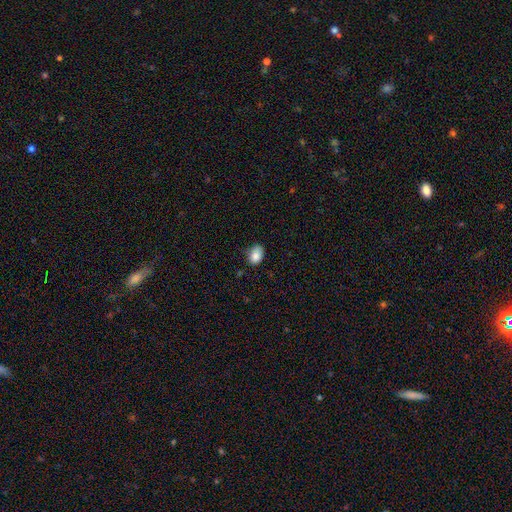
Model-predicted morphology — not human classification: Overall: smooth (86%). How rounded: in between (77%). Merging: none (69%).